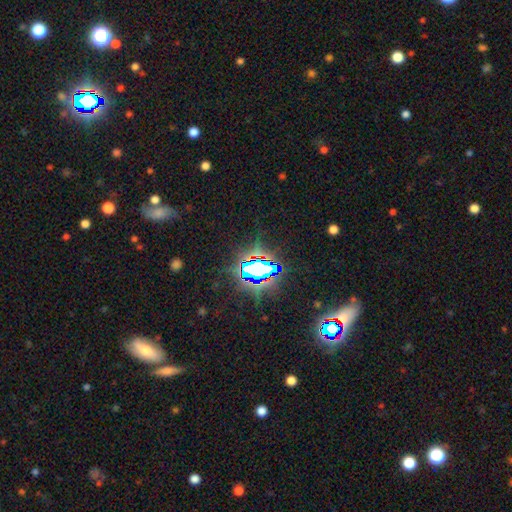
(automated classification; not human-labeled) This is likely a star or artifact rather than a galaxy (77%).